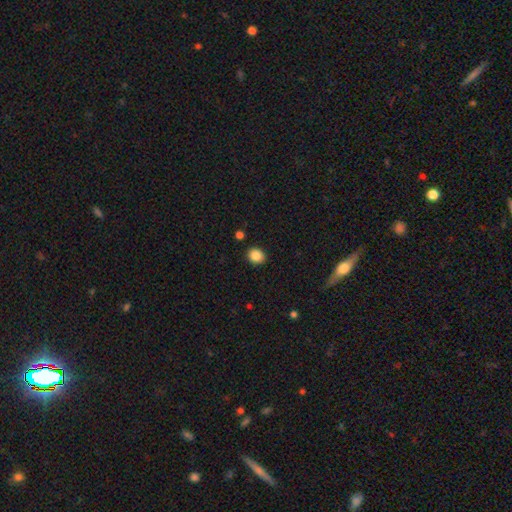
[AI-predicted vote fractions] Smooth or featured? Predicted: smooth (p=0.86). How rounded? Predicted: round (p=0.69). Merging? Predicted: none (p=0.90).